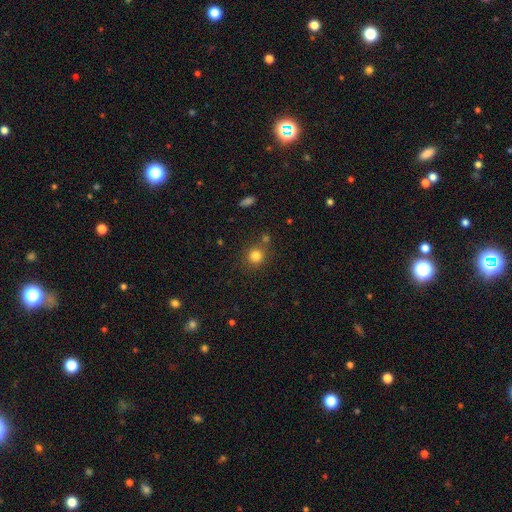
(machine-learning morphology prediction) Smooth or featured?
  - smooth: 81% *
  - star or artifact: 13%
  - featured or disk: 6%
How rounded?
  - round: 87% *
  - in between: 12%
  - cigar-shaped: 1%
Merging?
  - none: 74% *
  - merger: 12%
  - minor disturbance: 11%
  - major disturbance: 4%